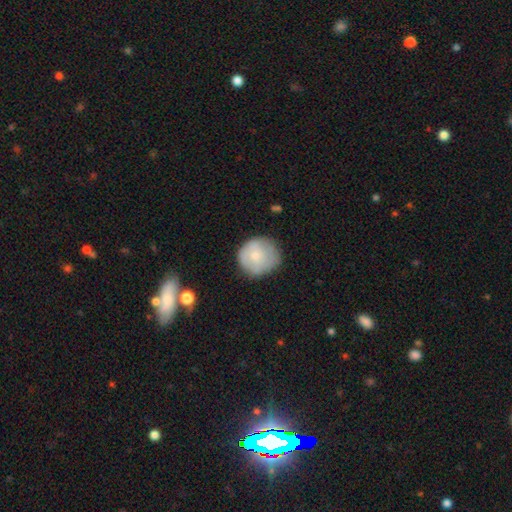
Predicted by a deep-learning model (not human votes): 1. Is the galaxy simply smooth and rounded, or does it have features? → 73% smooth, 20% featured or disk, 7% star or artifact.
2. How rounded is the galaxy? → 87% round, 12% in between, 1% cigar-shaped.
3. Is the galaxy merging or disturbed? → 66% none, 25% minor disturbance, 7% major disturbance, 2% merger.